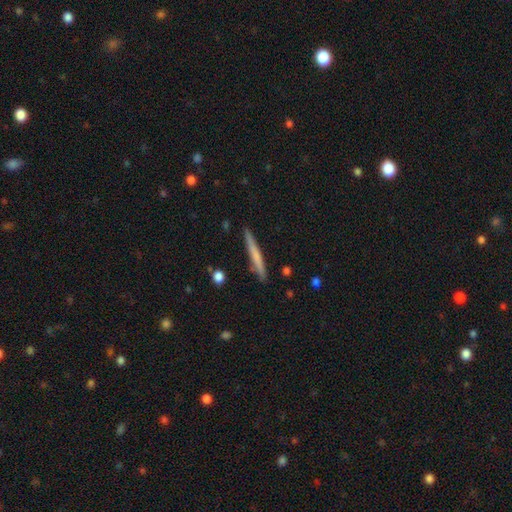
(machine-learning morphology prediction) type=smooth (58%); roundness=cigar-shaped (96%); merging=none (88%).